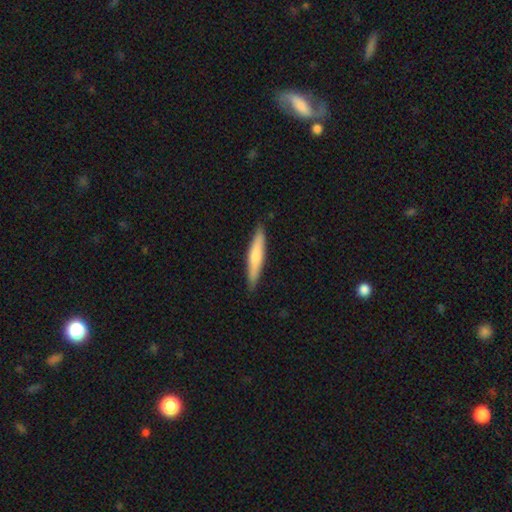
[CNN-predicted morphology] Smooth or featured? smooth (63%)
How rounded? cigar-shaped (91%)
Merging? none (88%)